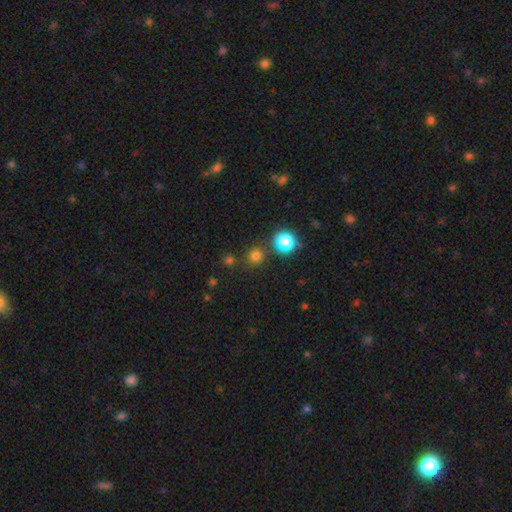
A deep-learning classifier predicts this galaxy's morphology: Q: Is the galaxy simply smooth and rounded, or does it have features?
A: smooth — 75%.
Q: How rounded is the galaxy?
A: round — 88%.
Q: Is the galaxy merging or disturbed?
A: none — 82%.